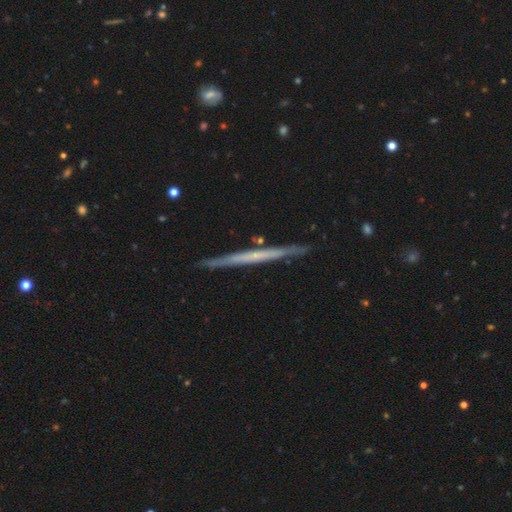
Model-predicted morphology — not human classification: Smooth or featured? Predicted: featured or disk (p=0.60). Edge-on disk? Predicted: yes (p=0.97). Edge-on bulge? Predicted: none (p=0.89). Merging? Predicted: none (p=0.88).